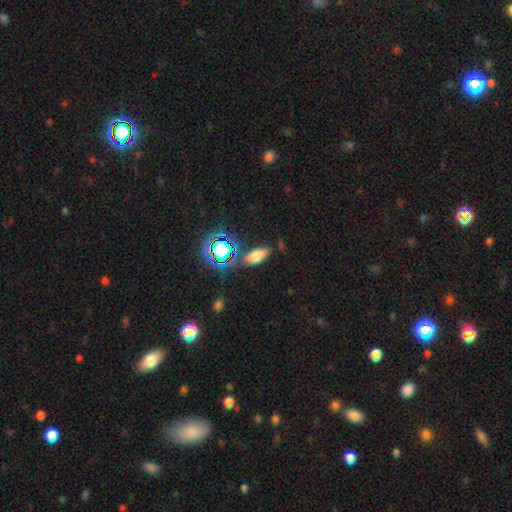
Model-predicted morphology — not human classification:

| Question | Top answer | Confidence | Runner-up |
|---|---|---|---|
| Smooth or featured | smooth | 68% | star or artifact (22%) |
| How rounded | in between | 83% | cigar-shaped (12%) |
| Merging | none | 74% | minor disturbance (16%) |